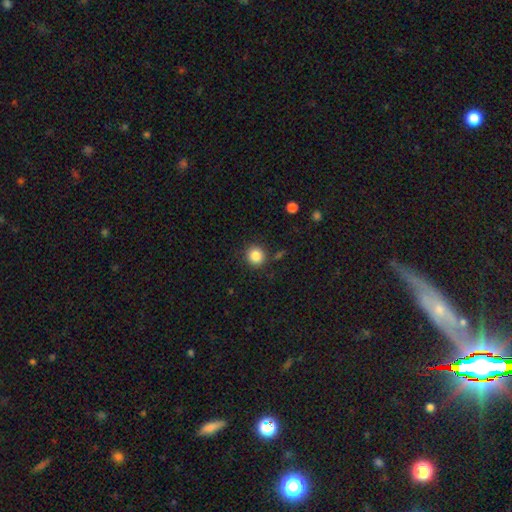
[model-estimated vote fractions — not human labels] The model was most divided on "smooth or featured": smooth: 85%, star or artifact: 10%, featured or disk: 5%. More confident: how rounded — round (91%); merging — none (86%).